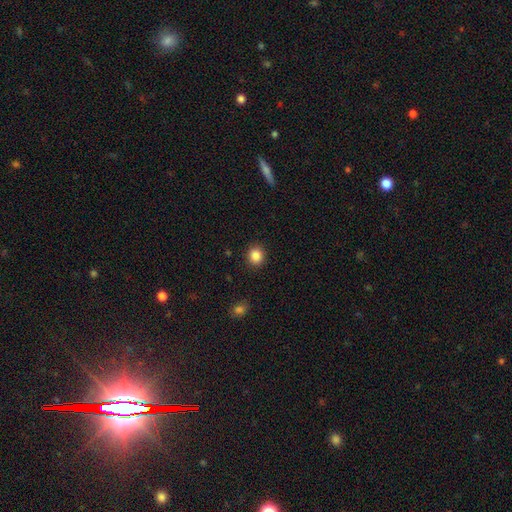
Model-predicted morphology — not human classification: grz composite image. It shows a smooth galaxy with no disk features (86%) that is round (83%). Merging: none (91%).